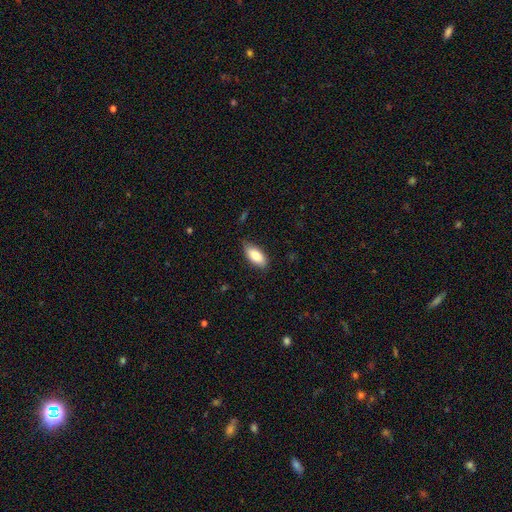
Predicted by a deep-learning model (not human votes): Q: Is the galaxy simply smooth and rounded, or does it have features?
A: smooth — 84%.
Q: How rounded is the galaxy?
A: in between — 88%.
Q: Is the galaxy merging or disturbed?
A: none — 79%.